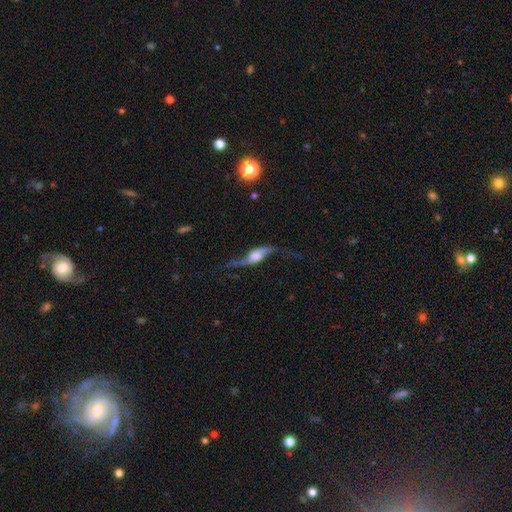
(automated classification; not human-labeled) featured or disk 81%, smooth 12%, star or artifact 7%. Down the decision tree: edge-on disk — no (74%); bar — no (52%); spiral arms — yes (93%); spiral arm count — 2 (93%); spiral winding — loose (92%); bulge size — large (31%); merging — none (63%).